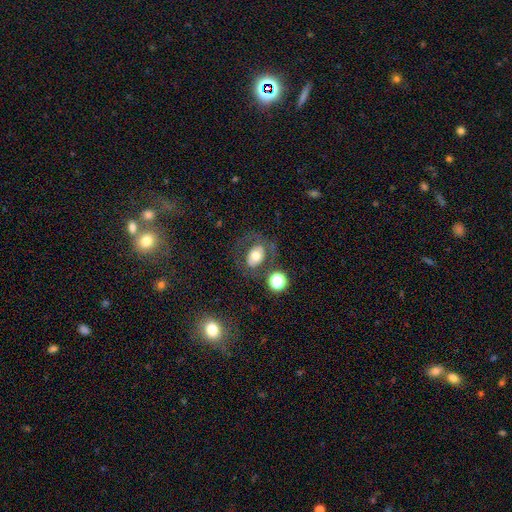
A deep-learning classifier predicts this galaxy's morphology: Smooth or featured? Predicted: smooth (p=0.55). How rounded? Predicted: in between (p=0.64). Merging? Predicted: none (p=0.61).